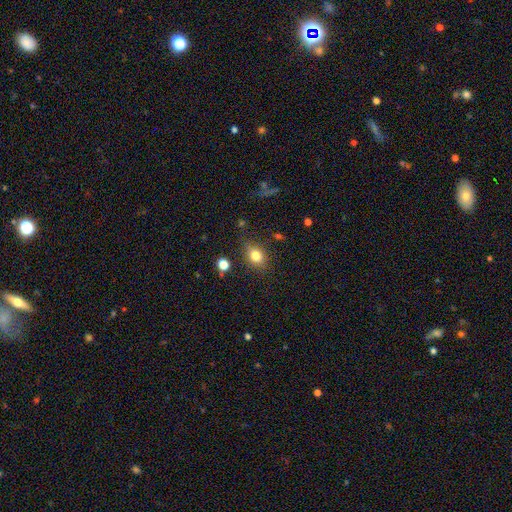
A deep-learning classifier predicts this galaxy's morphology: Smooth or featured? smooth (80%)
How rounded? in between (54%)
Merging? none (77%)